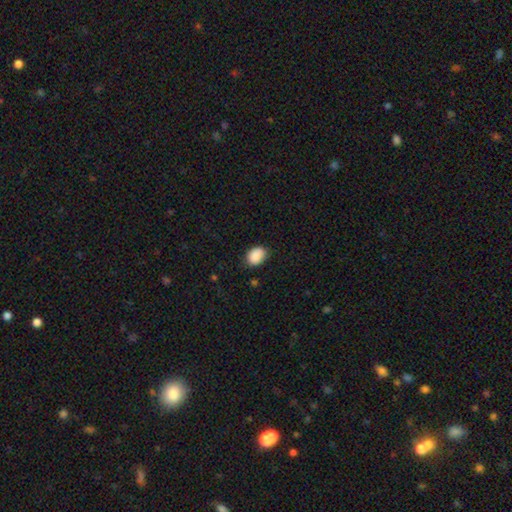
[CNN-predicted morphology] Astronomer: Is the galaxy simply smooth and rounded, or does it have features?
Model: smooth — 89%.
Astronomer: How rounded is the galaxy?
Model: in between — 74%.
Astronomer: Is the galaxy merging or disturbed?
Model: none — 75%.